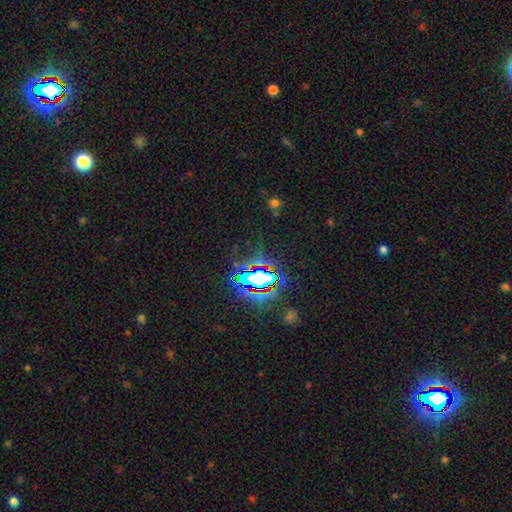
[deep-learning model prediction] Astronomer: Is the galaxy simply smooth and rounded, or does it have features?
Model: star or artifact — 81%.